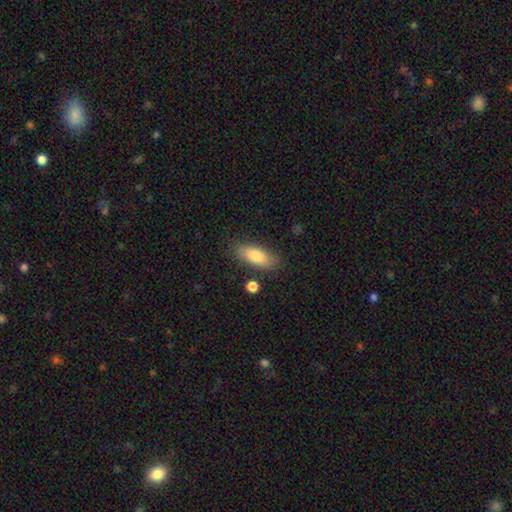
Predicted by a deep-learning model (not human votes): smooth 82%, featured or disk 12%, star or artifact 7%. Down the decision tree: how rounded — in between (72%); merging — none (82%).